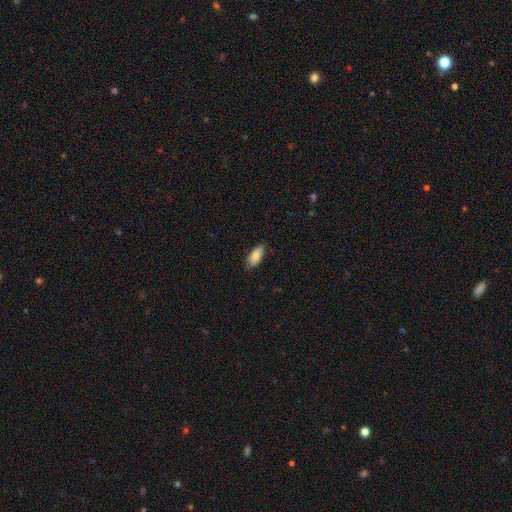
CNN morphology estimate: Overall: smooth (84%). How rounded: in between (88%). Merging: none (82%).